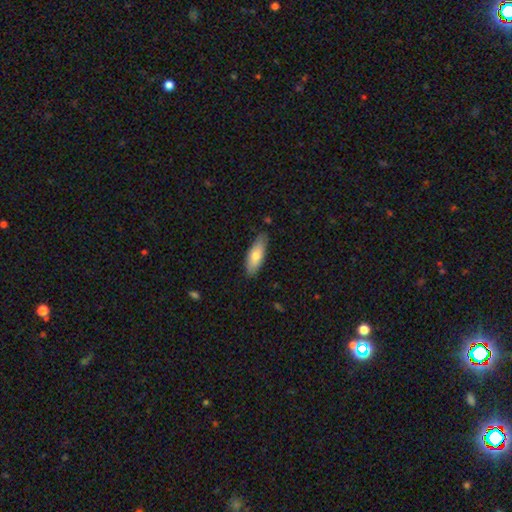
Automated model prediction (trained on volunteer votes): A smooth galaxy with no disk features (72%) that is in between round and cigar-shaped (68%).

Vote fractions:
- Smooth or featured? smooth: 72% / featured or disk: 22% / star or artifact: 6%
- How rounded? in between: 68% / cigar-shaped: 29% / round: 2%
- Merging? none: 80% / minor disturbance: 16% / major disturbance: 2% / merger: 1%